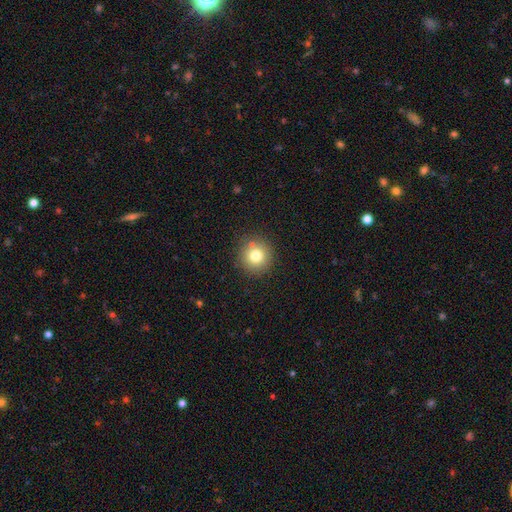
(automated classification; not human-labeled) A smooth galaxy with no disk features (78%) that is round (94%).

Vote fractions:
- Smooth or featured? smooth: 78% / star or artifact: 12% / featured or disk: 10%
- How rounded? round: 94% / in between: 5% / cigar-shaped: 1%
- Merging? none: 85% / minor disturbance: 8% / merger: 4% / major disturbance: 3%